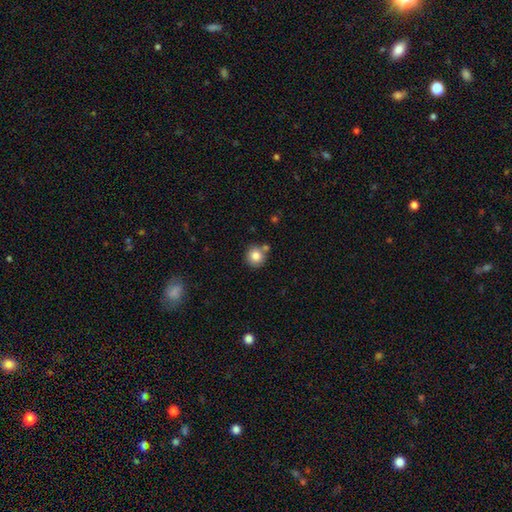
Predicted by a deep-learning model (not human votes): Smooth or featured?
  - smooth: 83% *
  - star or artifact: 10%
  - featured or disk: 7%
How rounded?
  - round: 92% *
  - in between: 7%
  - cigar-shaped: 1%
Merging?
  - none: 72% *
  - merger: 15%
  - minor disturbance: 10%
  - major disturbance: 3%